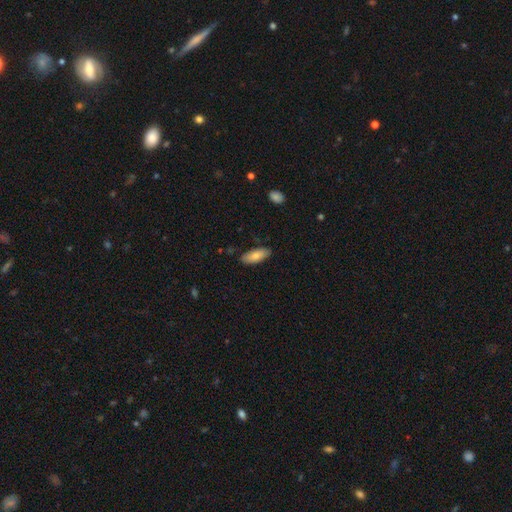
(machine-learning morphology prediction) smooth-or-featured: smooth: 79% | featured or disk: 15% | star or artifact: 6%
  how-rounded: in between: 77% | cigar-shaped: 21% | round: 2%
  merging: none: 86% | minor disturbance: 11% | major disturbance: 2% | merger: 1%